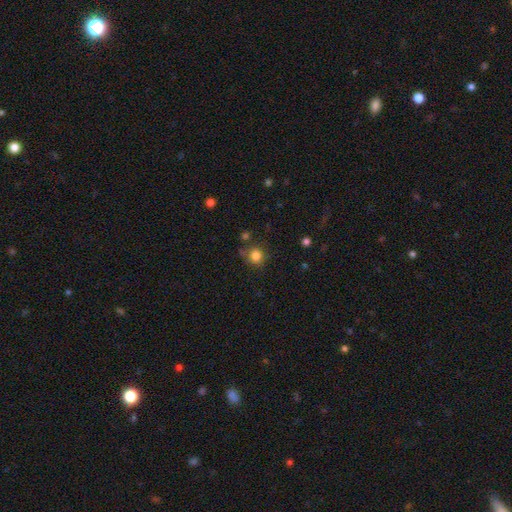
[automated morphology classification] smooth-or-featured: smooth: 83% | star or artifact: 12% | featured or disk: 6%
  how-rounded: round: 89% | in between: 10% | cigar-shaped: 1%
  merging: none: 75% | minor disturbance: 14% | merger: 6% | major disturbance: 4%